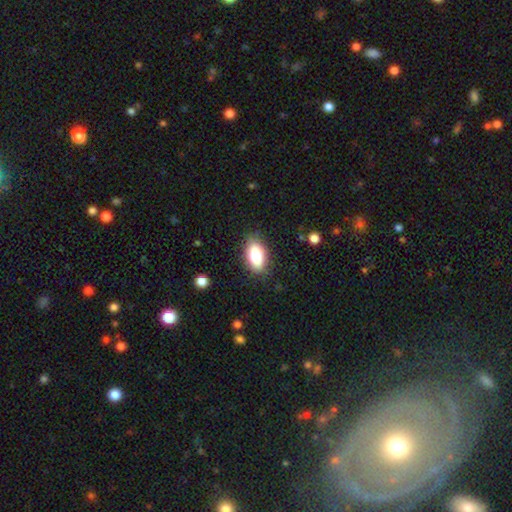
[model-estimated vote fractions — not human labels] Q: Smooth or featured?
A: smooth (83%); runner-up: featured or disk (10%)
Q: How rounded?
A: in between (91%); runner-up: cigar-shaped (5%)
Q: Merging?
A: none (85%); runner-up: minor disturbance (11%)